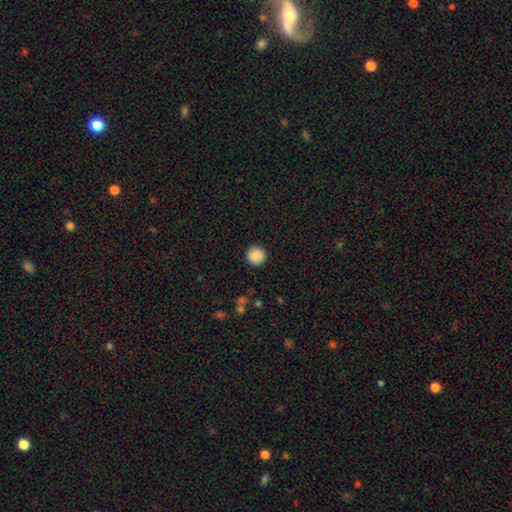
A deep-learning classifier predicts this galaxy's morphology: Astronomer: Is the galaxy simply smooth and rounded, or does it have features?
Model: smooth — 88%.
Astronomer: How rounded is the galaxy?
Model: round — 95%.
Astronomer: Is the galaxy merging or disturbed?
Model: none — 91%.